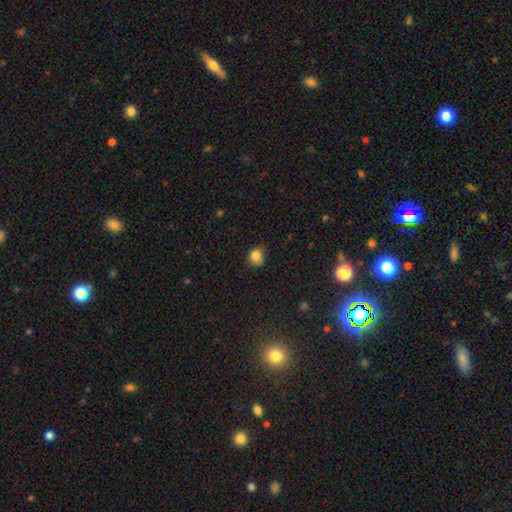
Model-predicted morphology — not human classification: A smooth galaxy with no disk features (83%) that is round (73%). Merging: none (63%).